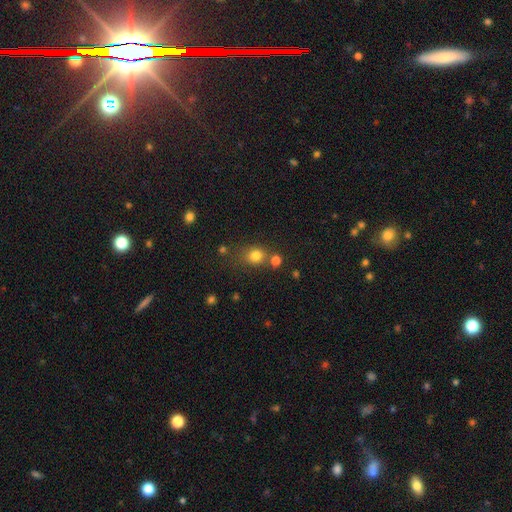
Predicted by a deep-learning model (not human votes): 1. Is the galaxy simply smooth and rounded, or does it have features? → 78% smooth, 15% star or artifact, 7% featured or disk.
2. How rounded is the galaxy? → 70% round, 29% in between, 1% cigar-shaped.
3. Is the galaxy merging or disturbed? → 62% none, 19% merger, 13% minor disturbance, 6% major disturbance.